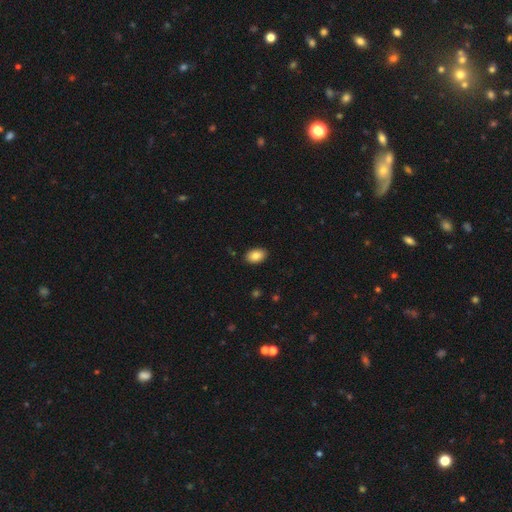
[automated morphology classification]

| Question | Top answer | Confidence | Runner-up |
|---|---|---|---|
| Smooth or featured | smooth | 85% | star or artifact (8%) |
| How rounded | in between | 86% | round (13%) |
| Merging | none | 89% | minor disturbance (8%) |